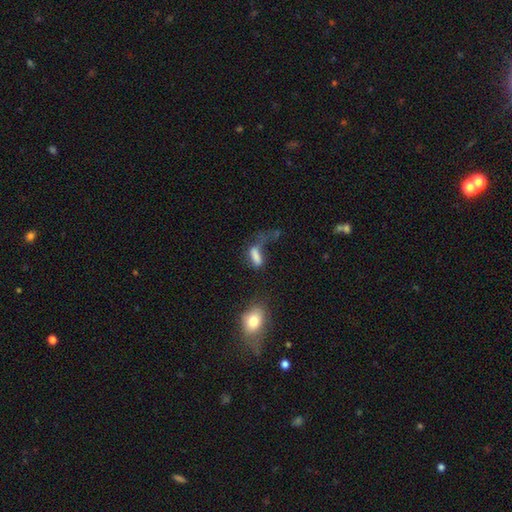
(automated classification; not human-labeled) Smooth or featured: smooth — 72% (featured or disk — 16%)
How rounded: in between — 63% (cigar-shaped — 31%)
Merging: major disturbance — 40% (none — 26%)